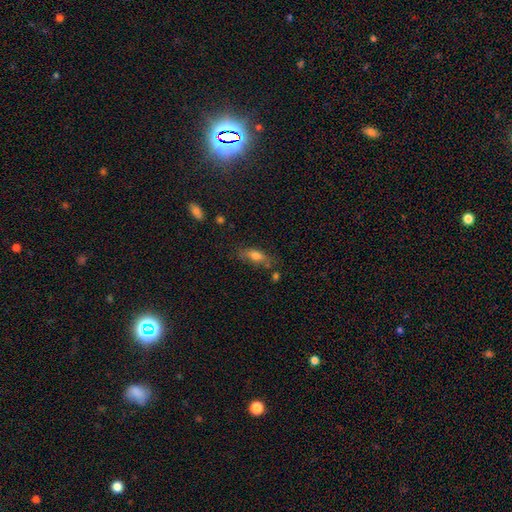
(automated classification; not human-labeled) A smooth galaxy with no disk features (71%) that is in between round and cigar-shaped (69%). Merging: none (62%).